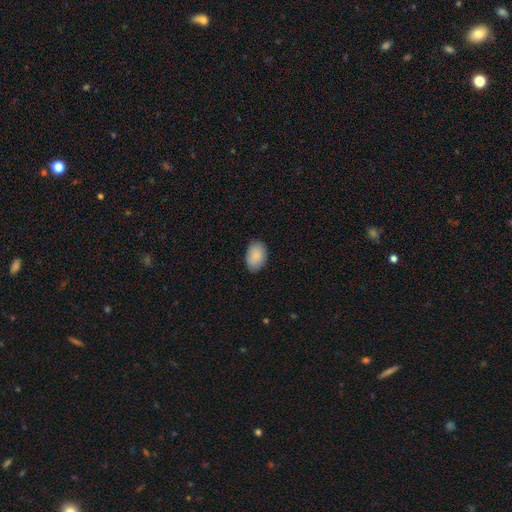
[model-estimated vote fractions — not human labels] Smooth or featured? smooth (90%)
How rounded? in between (87%)
Merging? none (83%)